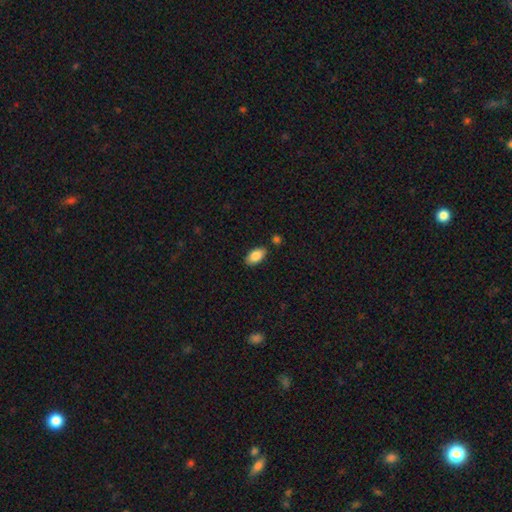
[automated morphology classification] Smooth or featured?
  - smooth: 85% *
  - featured or disk: 8%
  - star or artifact: 7%
How rounded?
  - in between: 93% *
  - round: 4%
  - cigar-shaped: 3%
Merging?
  - none: 81% *
  - minor disturbance: 11%
  - merger: 5%
  - major disturbance: 2%